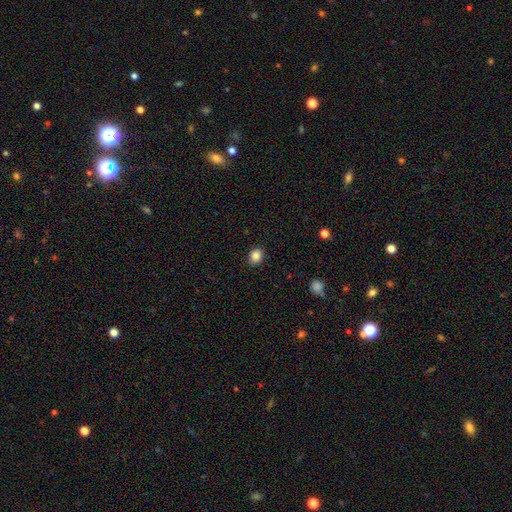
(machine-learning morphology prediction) smooth 86%, star or artifact 10%, featured or disk 4%. Down the decision tree: how rounded — round (59%); merging — none (89%).